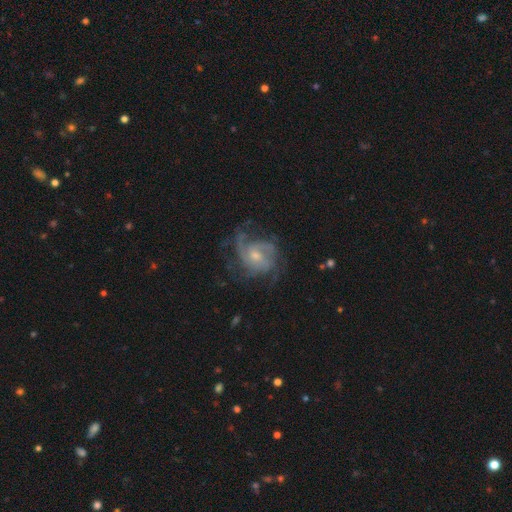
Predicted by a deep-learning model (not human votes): featured or disk 84%, smooth 10%, star or artifact 6%. Down the decision tree: edge-on disk — no (98%); bar — no (61%); spiral arms — yes (95%); spiral arm count — 3 (31%); spiral winding — medium (45%); bulge size — small (49%); merging — none (58%).